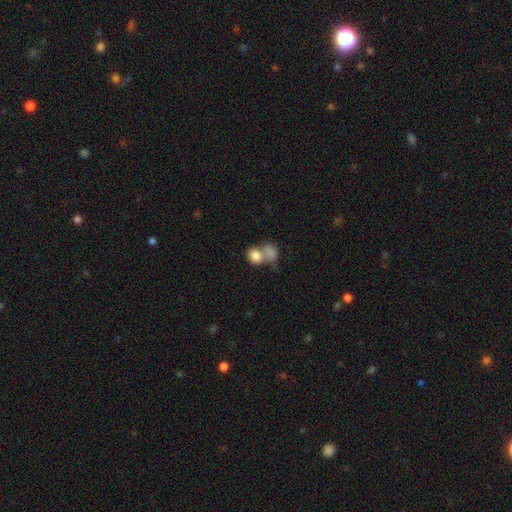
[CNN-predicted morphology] Smooth or featured?
  - smooth: 80% *
  - featured or disk: 11%
  - star or artifact: 9%
How rounded?
  - round: 61% *
  - in between: 37%
  - cigar-shaped: 1%
Merging?
  - merger: 61% *
  - none: 25%
  - minor disturbance: 8%
  - major disturbance: 6%